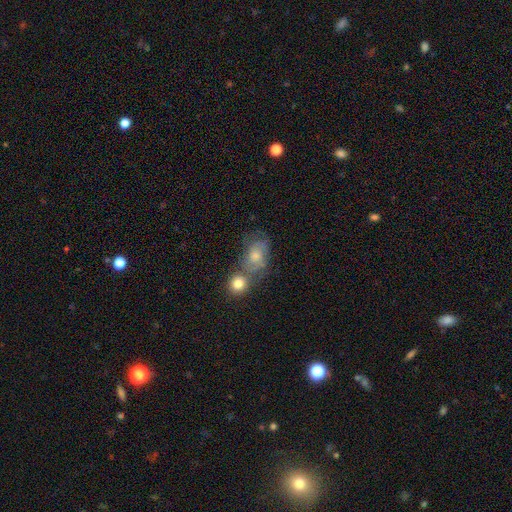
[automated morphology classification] Q: Smooth or featured?
A: smooth (54%); runner-up: featured or disk (37%)
Q: How rounded?
A: in between (72%); runner-up: round (26%)
Q: Merging?
A: none (36%); runner-up: merger (32%)